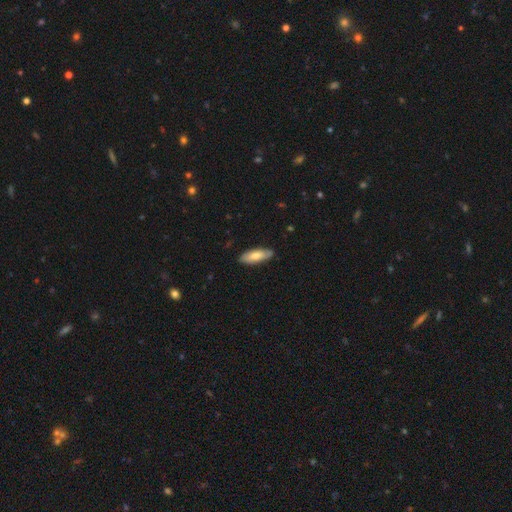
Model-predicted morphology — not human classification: smooth-or-featured: smooth: 71% | featured or disk: 23% | star or artifact: 5%
  how-rounded: in between: 66% | cigar-shaped: 33% | round: 2%
  merging: none: 83% | minor disturbance: 14% | major disturbance: 2% | merger: 1%